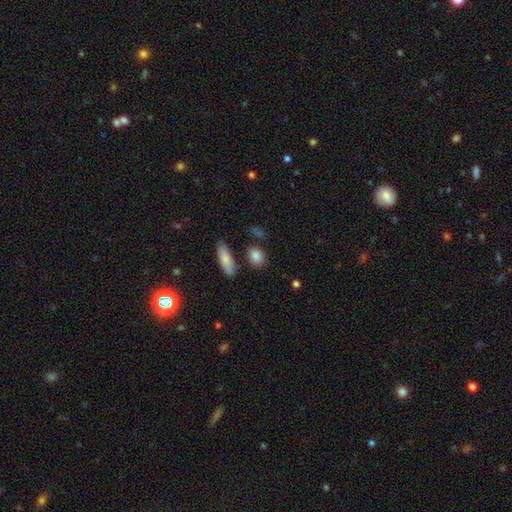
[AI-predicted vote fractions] Morphology: type=smooth (86%); roundness=in between (54%); merging=none (80%).